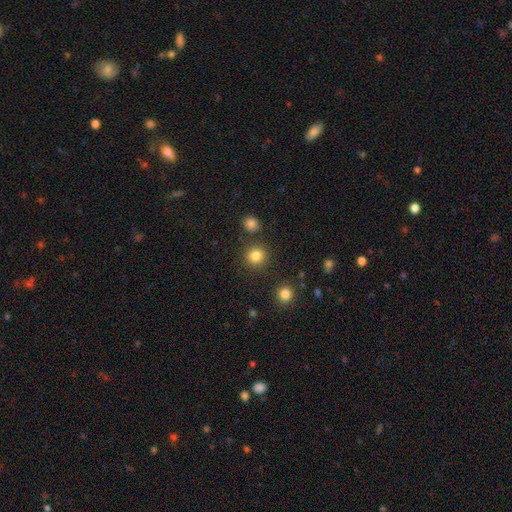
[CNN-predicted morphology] Smooth or featured? Predicted: smooth (p=0.84). How rounded? Predicted: round (p=0.92). Merging? Predicted: none (p=0.87).